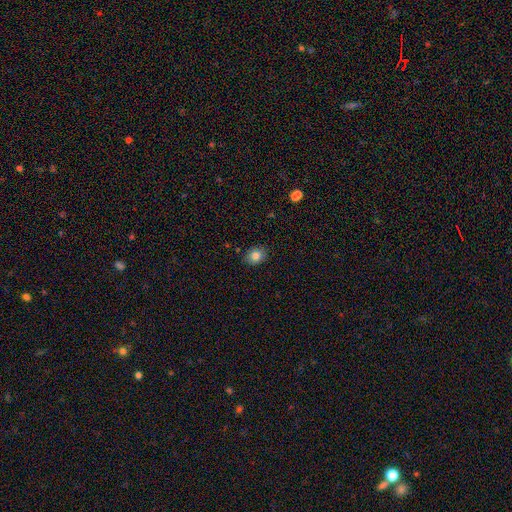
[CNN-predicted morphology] type=smooth (83%); roundness=round (54%); merging=none (87%).